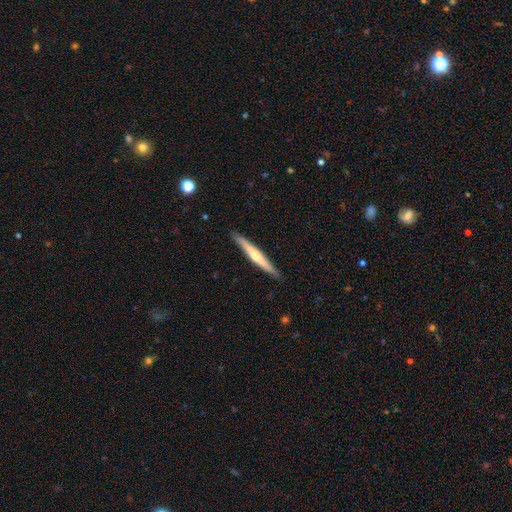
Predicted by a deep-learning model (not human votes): A featured or disk galaxy (58%) viewed edge-on (97%) with a rounded central bulge (79%). Merging: none (90%).